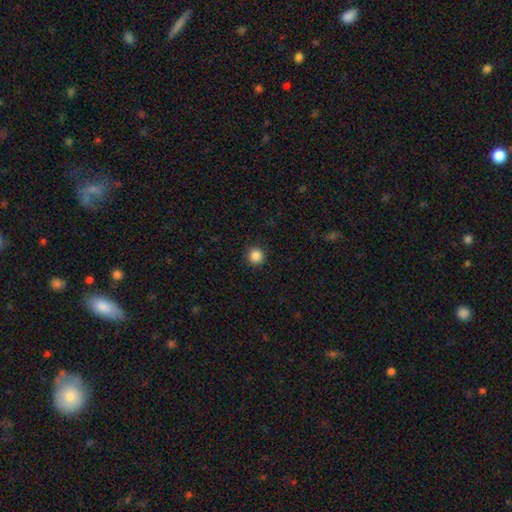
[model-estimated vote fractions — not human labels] Smooth or featured?
  - smooth: 87% *
  - star or artifact: 11%
  - featured or disk: 3%
How rounded?
  - round: 95% *
  - in between: 4%
  - cigar-shaped: 1%
Merging?
  - none: 92% *
  - minor disturbance: 5%
  - major disturbance: 2%
  - merger: 1%